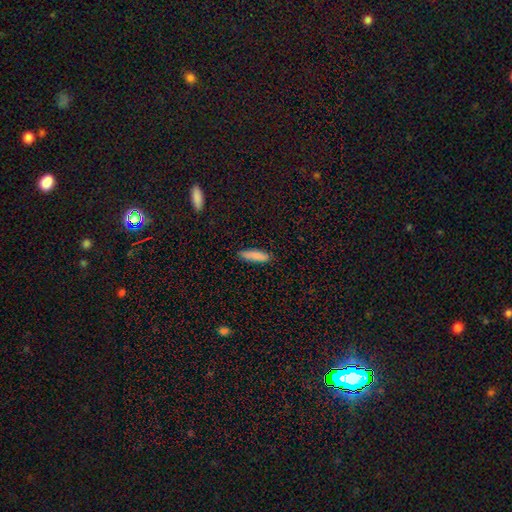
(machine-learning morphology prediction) Smooth or featured? Predicted: smooth (p=0.84). How rounded? Predicted: cigar-shaped (p=0.60). Merging? Predicted: none (p=0.84).